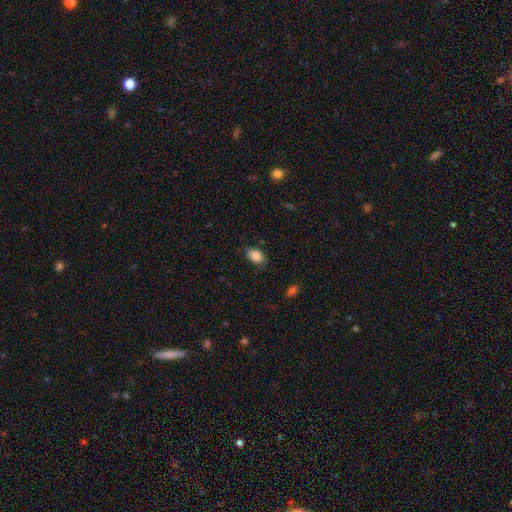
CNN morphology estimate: This appears to be a smooth galaxy with no disk features (84%) that is in between round and cigar-shaped (84%). Merging: none (76%).